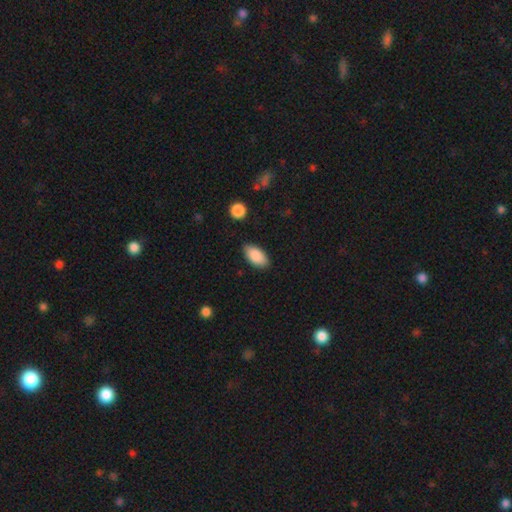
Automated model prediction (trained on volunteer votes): Smooth or featured? smooth (88%)
How rounded? in between (94%)
Merging? none (83%)